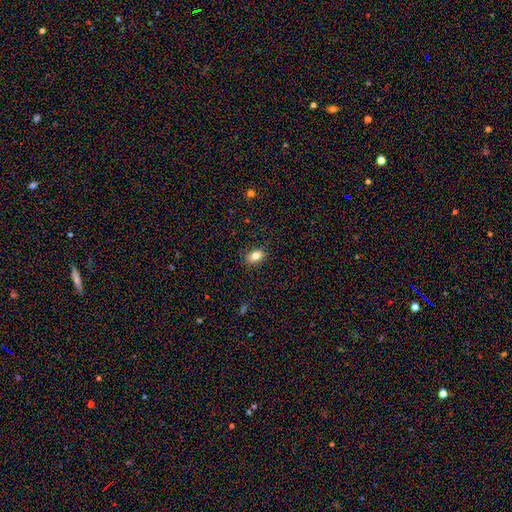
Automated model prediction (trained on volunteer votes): Q: Smooth or featured?
A: smooth (80%); runner-up: star or artifact (10%)
Q: How rounded?
A: in between (78%); runner-up: round (20%)
Q: Merging?
A: none (86%); runner-up: minor disturbance (10%)